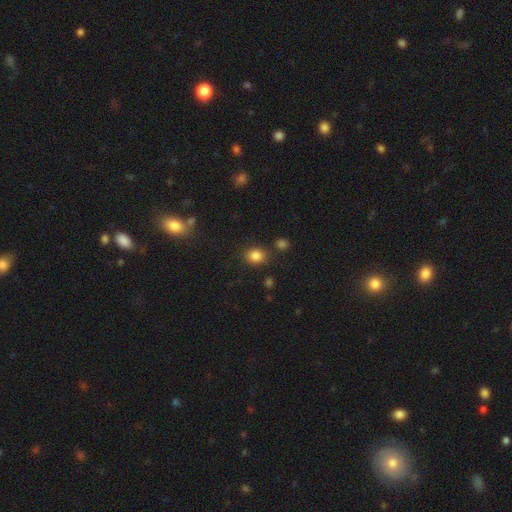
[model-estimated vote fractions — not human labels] Smooth or featured: smooth — 83% (star or artifact — 12%)
How rounded: round — 61% (in between — 38%)
Merging: none — 80% (minor disturbance — 11%)